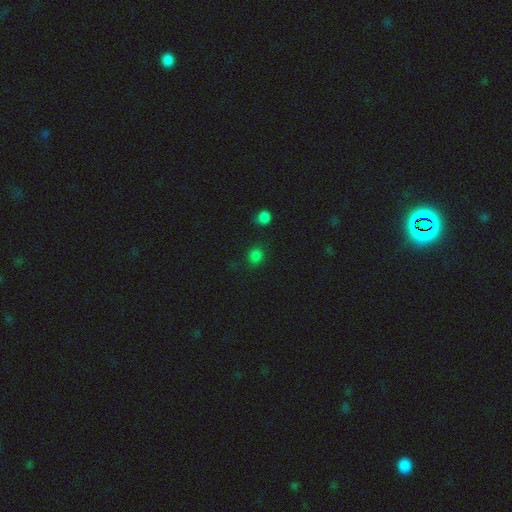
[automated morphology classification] This is likely a smooth galaxy (77%). How rounded: likely round (73%). Merging: clearly none (80%).